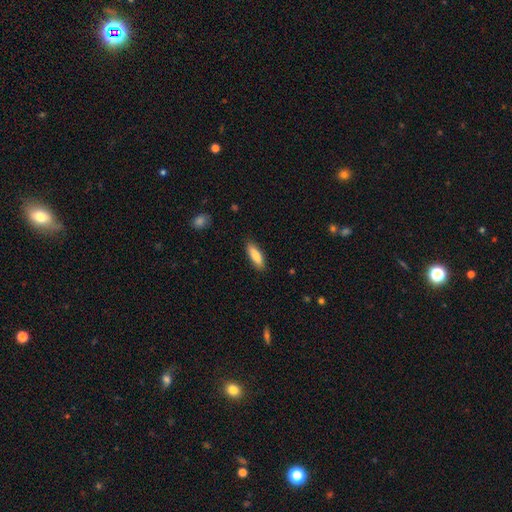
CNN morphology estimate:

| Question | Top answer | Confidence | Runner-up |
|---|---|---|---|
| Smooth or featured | smooth | 81% | featured or disk (13%) |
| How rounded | in between | 53% | cigar-shaped (45%) |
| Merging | none | 88% | minor disturbance (9%) |